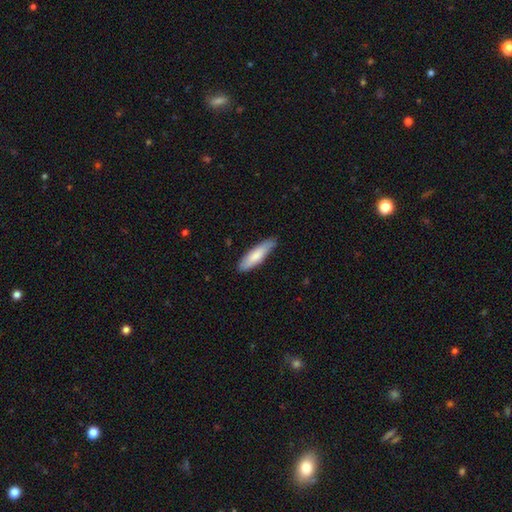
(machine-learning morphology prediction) smooth-or-featured: smooth: 80% | featured or disk: 15% | star or artifact: 5%
  how-rounded: cigar-shaped: 68% | in between: 31% | round: 1%
  merging: none: 83% | minor disturbance: 14% | major disturbance: 2% | merger: 1%